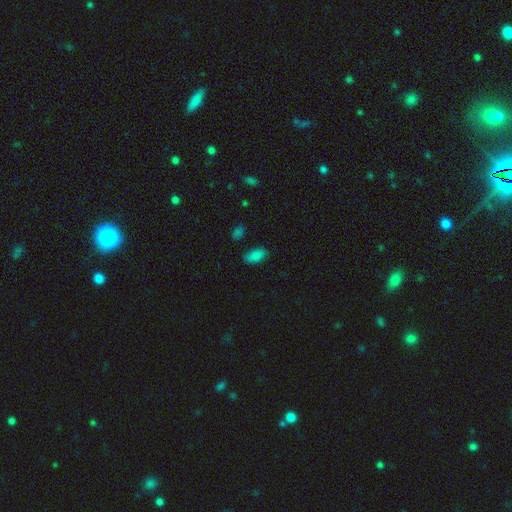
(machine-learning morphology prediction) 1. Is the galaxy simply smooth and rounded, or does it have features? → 85% smooth, 10% star or artifact, 5% featured or disk.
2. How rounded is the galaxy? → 92% in between, 5% cigar-shaped, 3% round.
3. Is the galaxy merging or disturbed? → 83% none, 12% minor disturbance, 3% major disturbance, 2% merger.